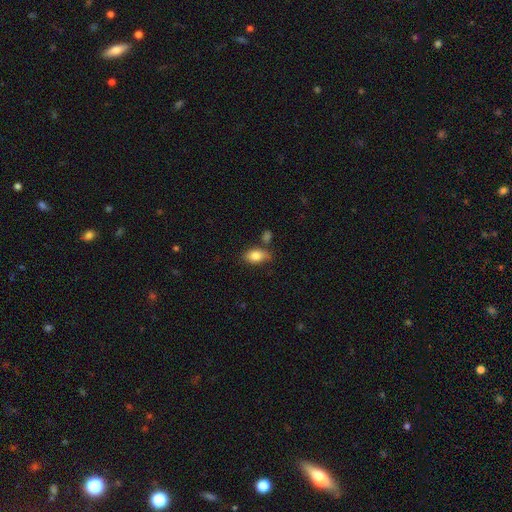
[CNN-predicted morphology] smooth_or_featured: smooth (p=0.83) [alt: featured or disk p=0.09]
how_rounded: in between (p=0.88) [alt: round p=0.10]
merging: none (p=0.63) [alt: minor disturbance p=0.22]